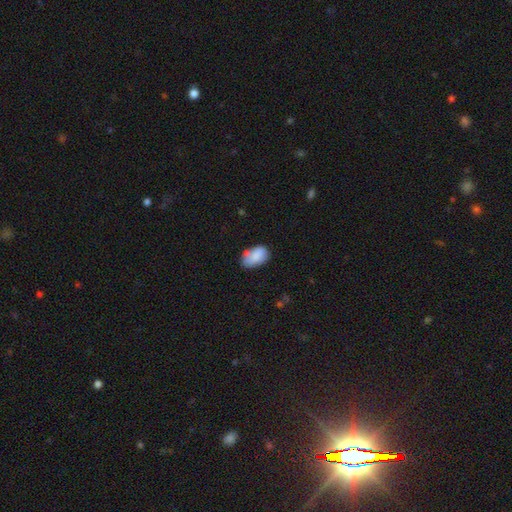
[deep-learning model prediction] A smooth galaxy with no disk features (81%) that is in between round and cigar-shaped (90%).

Vote fractions:
- Smooth or featured? smooth: 81% / featured or disk: 12% / star or artifact: 8%
- How rounded? in between: 90% / round: 9% / cigar-shaped: 1%
- Merging? none: 55% / minor disturbance: 30% / major disturbance: 8% / merger: 7%